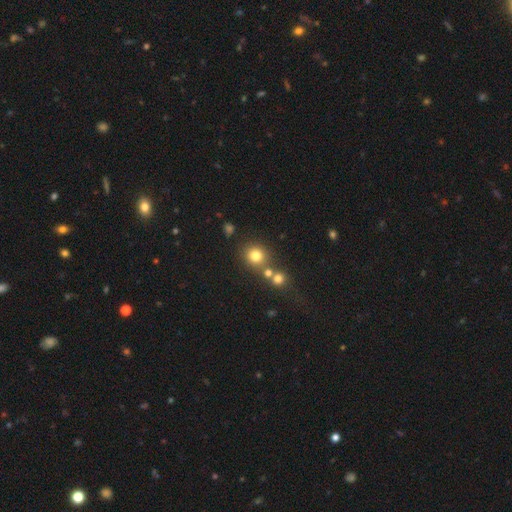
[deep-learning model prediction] smooth 77%, star or artifact 14%, featured or disk 8%. Down the decision tree: how rounded — round (86%); merging — none (66%).